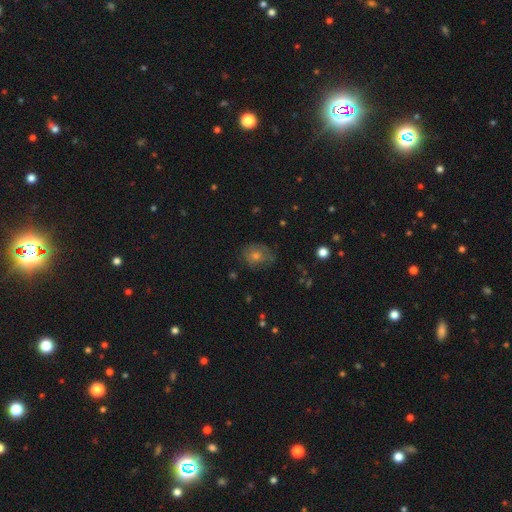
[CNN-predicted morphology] The model was most divided on "how rounded": round: 56%, in between: 43%, cigar-shaped: 1%. More confident: merging — none (65%); smooth or featured — smooth (51%).